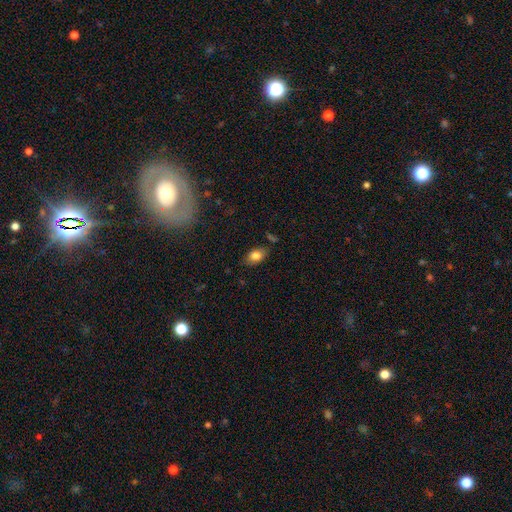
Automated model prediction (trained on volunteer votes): Smooth or featured? smooth (81%)
How rounded? in between (86%)
Merging? none (78%)